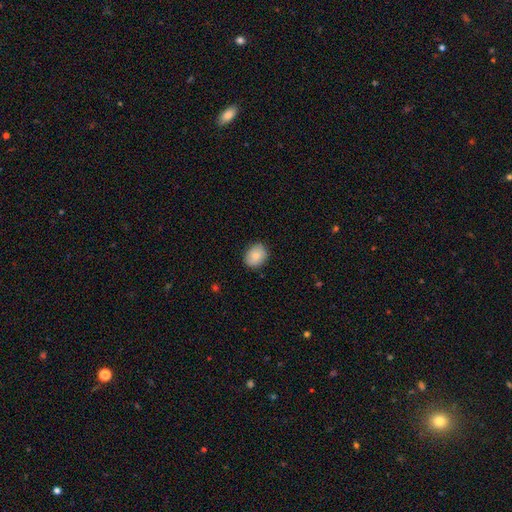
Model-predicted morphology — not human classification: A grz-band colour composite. It shows a smooth galaxy with no disk features (81%) that is in between round and cigar-shaped (51%). Merging: none (85%).